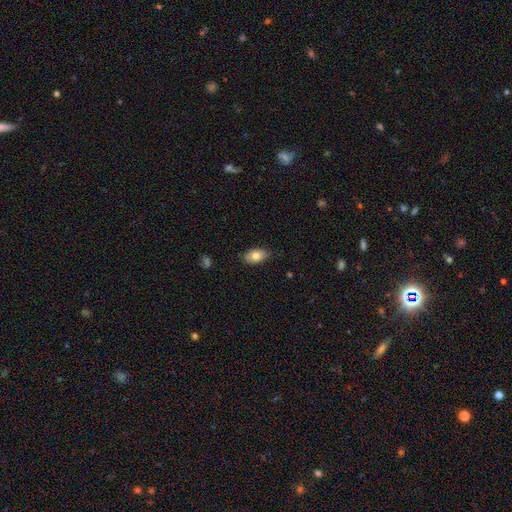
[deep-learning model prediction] Smooth or featured: smooth — 80% (featured or disk — 13%)
How rounded: in between — 92% (round — 6%)
Merging: none — 84% (minor disturbance — 13%)